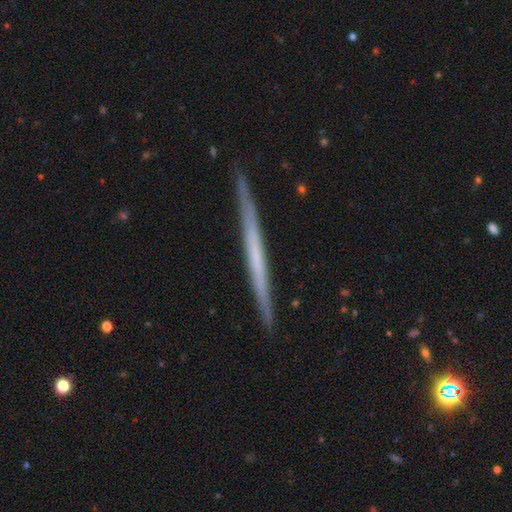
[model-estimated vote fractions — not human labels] Smooth or featured?
  - featured or disk: 60% *
  - smooth: 35%
  - star or artifact: 6%
Edge-on disk?
  - yes: 97% *
  - no: 3%
Edge-on bulge?
  - none: 91% *
  - rounded: 6%
  - boxy: 4%
Merging?
  - none: 90% *
  - minor disturbance: 7%
  - major disturbance: 1%
  - merger: 1%